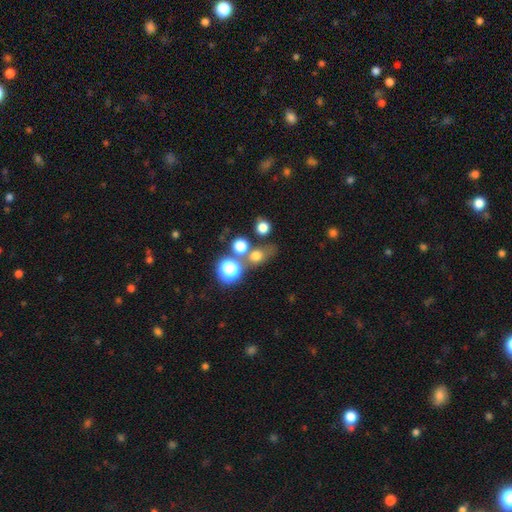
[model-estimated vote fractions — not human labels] A smooth galaxy with no disk features (65%) that is round (63%).

Vote fractions:
- Smooth or featured? smooth: 65% / star or artifact: 22% / featured or disk: 13%
- How rounded? round: 63% / in between: 34% / cigar-shaped: 3%
- Merging? none: 54% / merger: 28% / minor disturbance: 11% / major disturbance: 7%